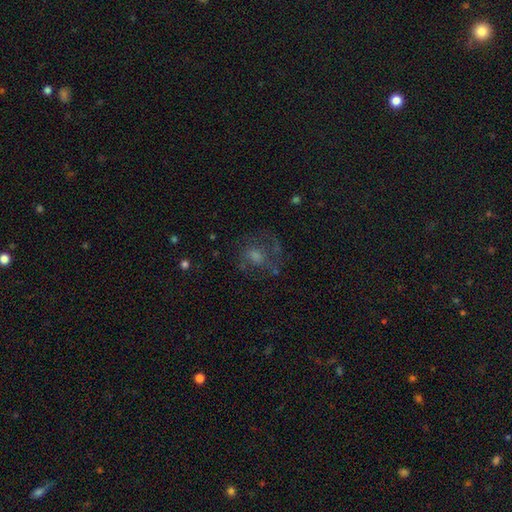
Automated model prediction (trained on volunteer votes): smooth_or_featured: featured or disk (p=0.51) [alt: smooth p=0.28]
disk_edge_on: no (p=0.97) [alt: yes p=0.03]
merging: none (p=0.60) [alt: major disturbance p=0.20]